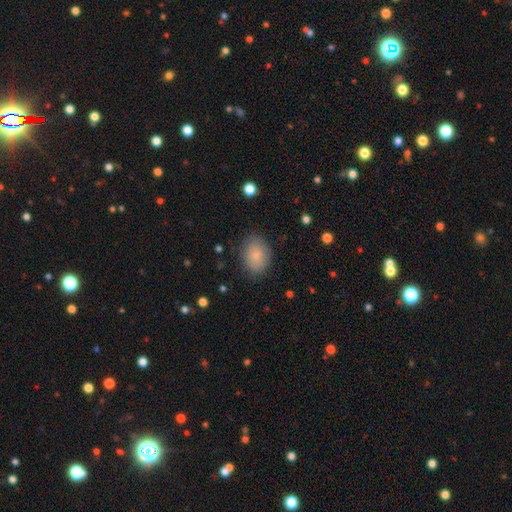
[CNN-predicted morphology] The model was most divided on "how rounded": in between: 73%, round: 26%, cigar-shaped: 1%. More confident: smooth or featured — smooth (83%); merging — none (82%).